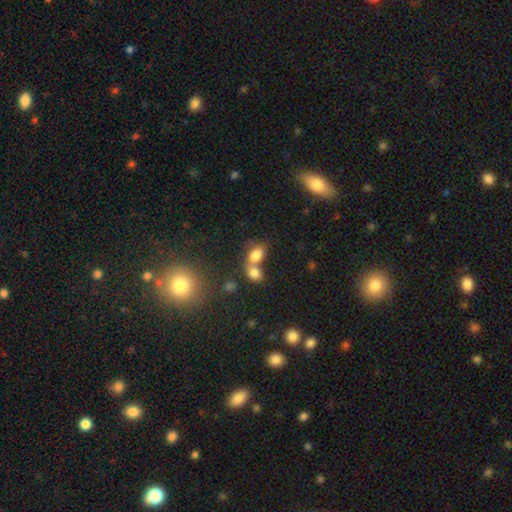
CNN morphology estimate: Q: Smooth or featured?
A: smooth (78%); runner-up: star or artifact (11%)
Q: How rounded?
A: in between (81%); runner-up: round (17%)
Q: Merging?
A: merger (59%); runner-up: none (27%)